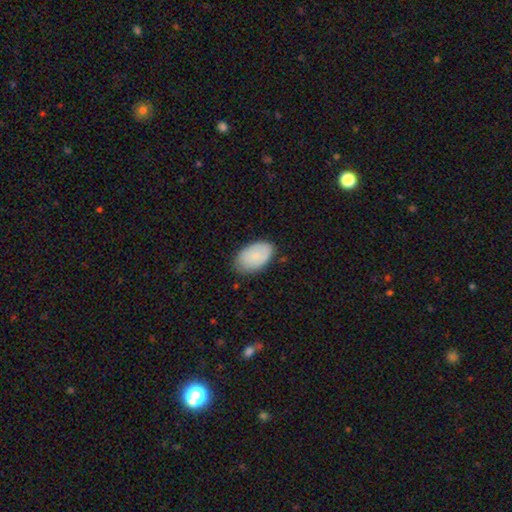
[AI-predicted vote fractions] The model was most divided on "merging": none: 77%, minor disturbance: 19%, major disturbance: 3%, merger: 1%. More confident: how rounded — in between (94%); smooth or featured — smooth (82%).